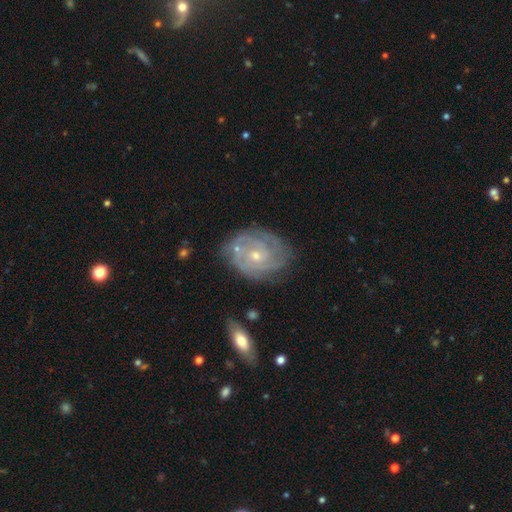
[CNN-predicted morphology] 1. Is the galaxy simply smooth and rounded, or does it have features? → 83% featured or disk, 11% smooth, 6% star or artifact.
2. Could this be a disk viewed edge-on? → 97% no, 3% yes.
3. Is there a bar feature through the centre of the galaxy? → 75% no, 21% weak, 4% strong.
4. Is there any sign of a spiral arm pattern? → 94% yes, 6% no.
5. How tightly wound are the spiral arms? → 72% tight, 23% medium, 5% loose.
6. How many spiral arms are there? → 32% can't tell, 25% 3, 19% 2, 13% 4, 5% more than 4, 5% 1.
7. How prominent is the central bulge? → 62% small, 35% moderate, 1% none, 1% large, 1% dominant.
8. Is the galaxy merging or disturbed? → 72% none, 19% minor disturbance, 6% major disturbance, 4% merger.